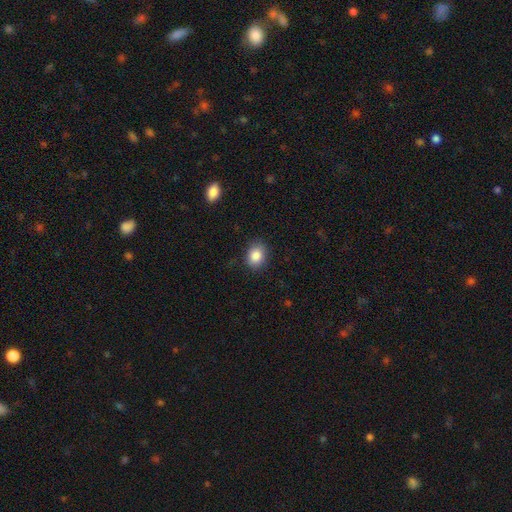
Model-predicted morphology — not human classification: smooth_or_featured: smooth (p=0.87) [alt: star or artifact p=0.09]
how_rounded: in between (p=0.53) [alt: round p=0.46]
merging: none (p=0.84) [alt: minor disturbance p=0.12]